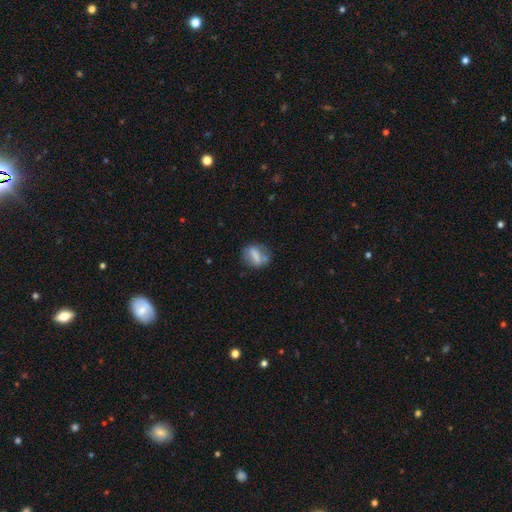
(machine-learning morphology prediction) smooth 59%, featured or disk 32%, star or artifact 9%. Down the decision tree: how rounded — in between (51%); merging — none (69%).